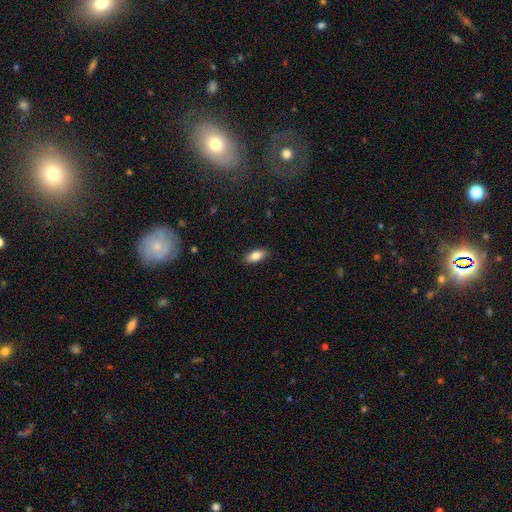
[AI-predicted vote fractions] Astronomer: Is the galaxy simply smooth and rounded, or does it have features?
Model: smooth — 83%.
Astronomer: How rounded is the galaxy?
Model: in between — 87%.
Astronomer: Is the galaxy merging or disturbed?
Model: none — 86%.